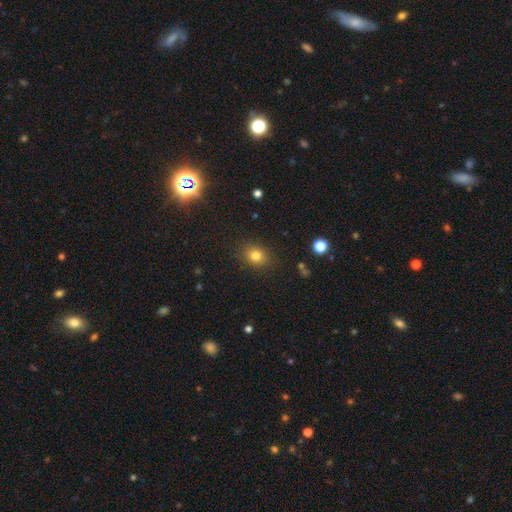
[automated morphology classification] The model was most divided on "how rounded": round: 54%, in between: 45%, cigar-shaped: 1%. More confident: merging — none (86%); smooth or featured — smooth (79%).